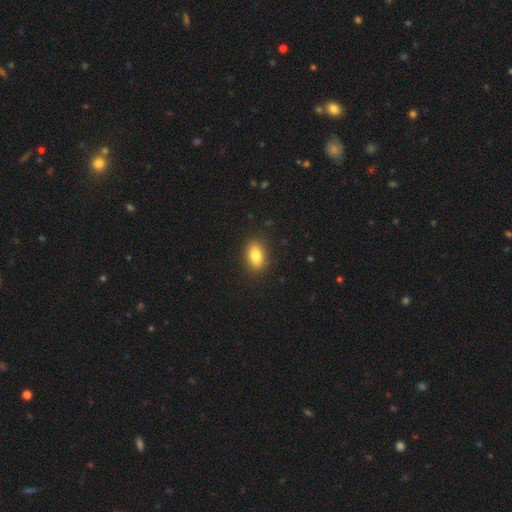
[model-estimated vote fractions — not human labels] A smooth galaxy with no disk features (81%) that is in between round and cigar-shaped (84%).

Vote fractions:
- Smooth or featured? smooth: 81% / featured or disk: 11% / star or artifact: 8%
- How rounded? in between: 84% / round: 10% / cigar-shaped: 6%
- Merging? none: 88% / minor disturbance: 9% / major disturbance: 2% / merger: 1%